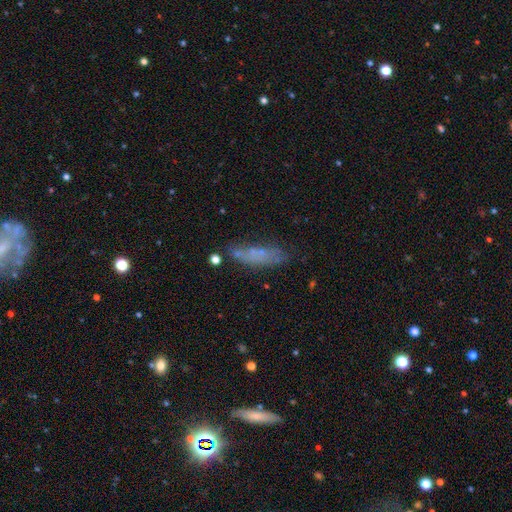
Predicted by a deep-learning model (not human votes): A smooth galaxy with no disk features (59%) that is cigar-shaped (58%). Merging: none (60%).